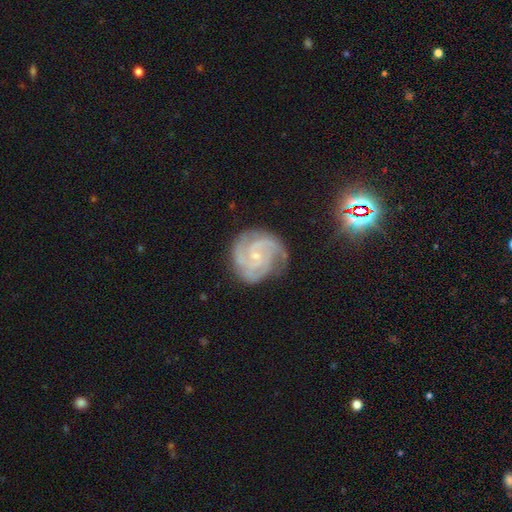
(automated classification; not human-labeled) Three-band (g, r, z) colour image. It shows a featured or disk galaxy (89%) with no bar (64%), 3 (49%) tight (62%) spiral arms (98%) and a small central bulge (80%). Merging: none (74%).